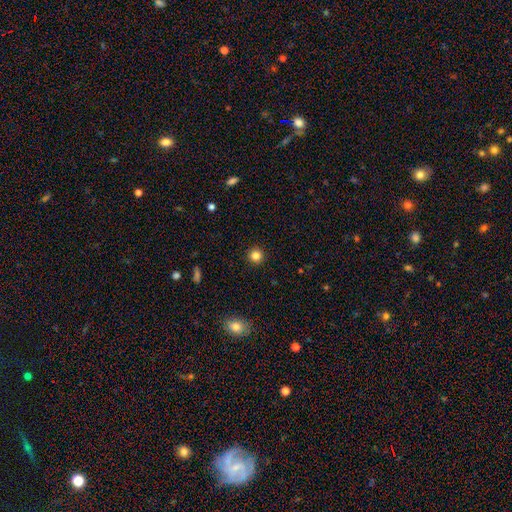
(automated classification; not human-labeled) Smooth or featured? smooth (83%)
How rounded? round (95%)
Merging? none (93%)